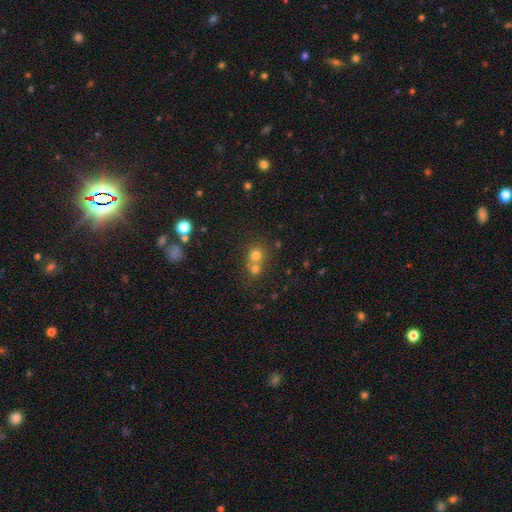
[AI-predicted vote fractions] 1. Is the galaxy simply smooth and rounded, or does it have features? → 69% smooth, 18% star or artifact, 12% featured or disk.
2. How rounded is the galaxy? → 85% round, 14% in between, 1% cigar-shaped.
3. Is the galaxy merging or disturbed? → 51% merger, 41% none, 6% minor disturbance, 3% major disturbance.